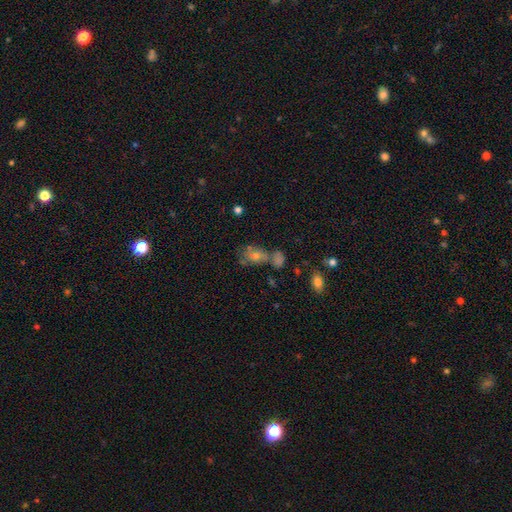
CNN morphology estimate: A smooth galaxy with no disk features (44%). Merging: none (41%).